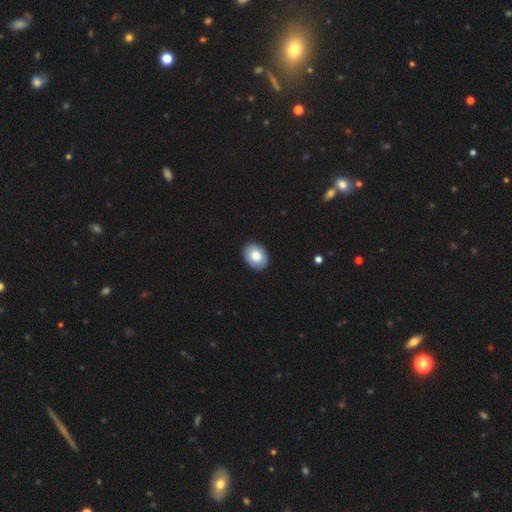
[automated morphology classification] Smooth or featured? smooth (82%)
How rounded? in between (68%)
Merging? none (90%)